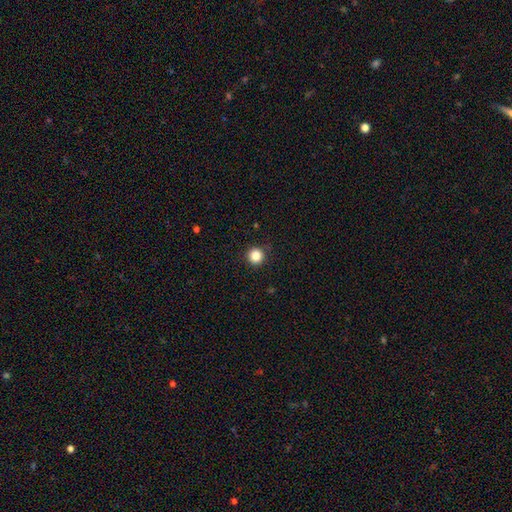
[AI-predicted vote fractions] Smooth or featured?
  - smooth: 85% *
  - star or artifact: 11%
  - featured or disk: 4%
How rounded?
  - round: 95% *
  - in between: 4%
  - cigar-shaped: 1%
Merging?
  - none: 91% *
  - minor disturbance: 6%
  - major disturbance: 2%
  - merger: 1%